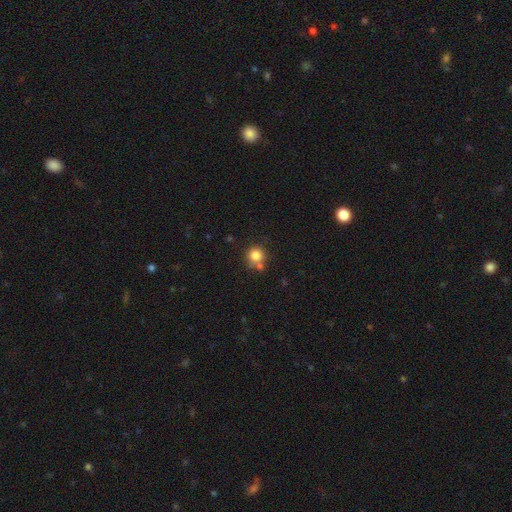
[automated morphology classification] type=smooth (82%); roundness=round (91%); merging=none (62%).